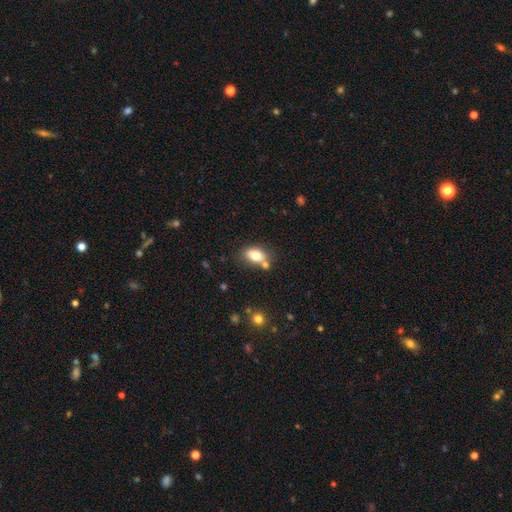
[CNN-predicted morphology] Overall: smooth (79%). How rounded: in between (84%). Merging: none (58%; merger 22%).